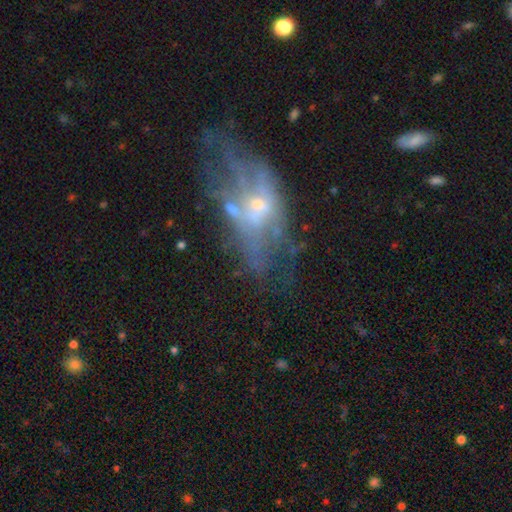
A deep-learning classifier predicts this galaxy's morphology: smooth_or_featured: featured or disk (p=0.62) [alt: smooth p=0.24]
disk_edge_on: no (p=0.89) [alt: yes p=0.11]
bar: no (p=0.81) [alt: weak p=0.15]
has_spiral_arms: no (p=0.76) [alt: yes p=0.24]
bulge_size: small (p=0.58) [alt: moderate p=0.29]
merging: none (p=0.38) [alt: major disturbance p=0.31]